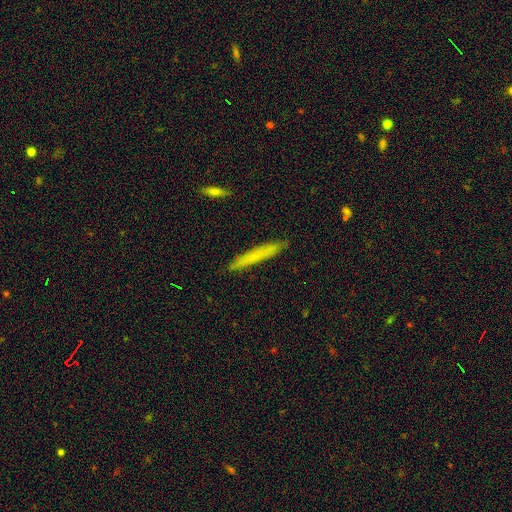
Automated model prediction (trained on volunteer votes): A smooth galaxy with no disk features (66%) that is cigar-shaped (96%). Merging: none (90%).